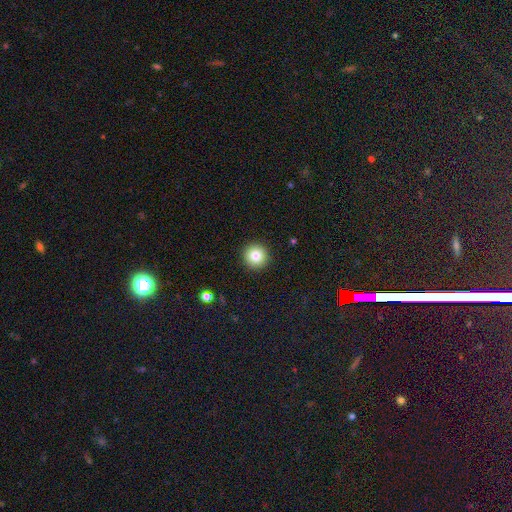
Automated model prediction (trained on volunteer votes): Morphology: type=smooth (83%); roundness=round (96%); merging=none (93%).